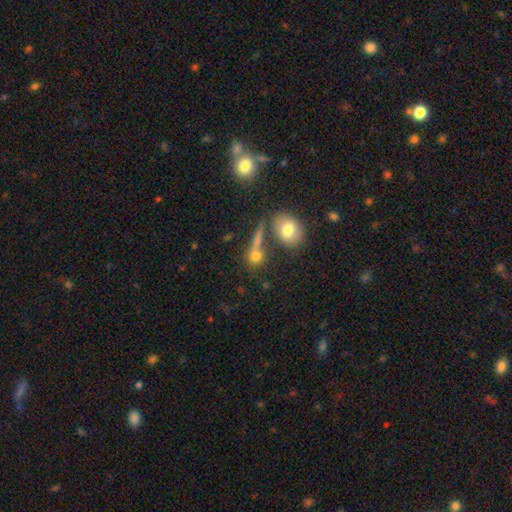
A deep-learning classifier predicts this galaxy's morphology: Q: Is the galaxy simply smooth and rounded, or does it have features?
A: smooth — 73%.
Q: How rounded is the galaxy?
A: round — 70%.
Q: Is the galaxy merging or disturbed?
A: none — 57%.